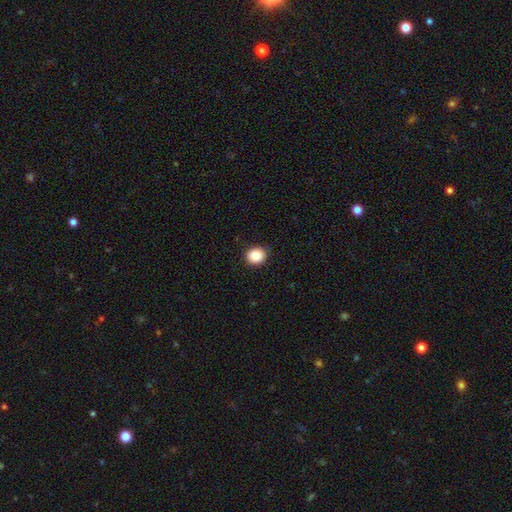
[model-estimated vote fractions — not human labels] This appears to be a smooth galaxy with no disk features (87%) that is round (81%). Merging: none (91%).